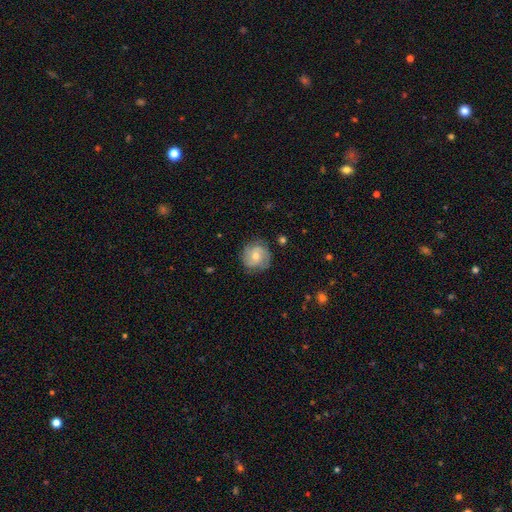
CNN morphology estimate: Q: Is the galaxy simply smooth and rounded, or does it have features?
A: featured or disk — 55%.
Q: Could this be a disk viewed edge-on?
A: no — 97%.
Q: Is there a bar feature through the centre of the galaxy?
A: no — 69%.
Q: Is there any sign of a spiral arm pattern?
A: yes — 85%.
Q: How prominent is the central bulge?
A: moderate — 59%.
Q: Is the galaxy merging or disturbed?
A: none — 77%.